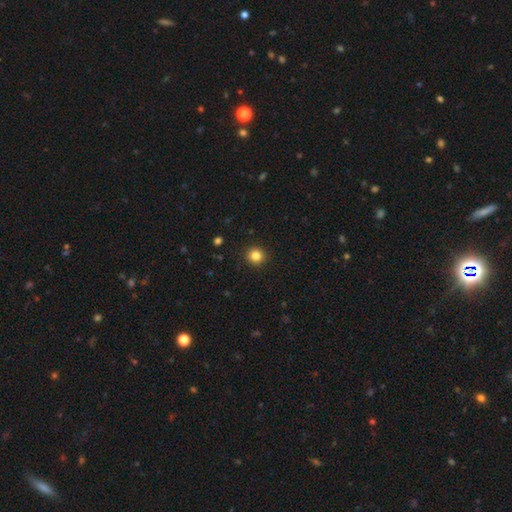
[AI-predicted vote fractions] smooth-or-featured: smooth: 84% | star or artifact: 12% | featured or disk: 5%
  how-rounded: round: 94% | in between: 5% | cigar-shaped: 1%
  merging: none: 92% | minor disturbance: 5% | major disturbance: 2% | merger: 1%